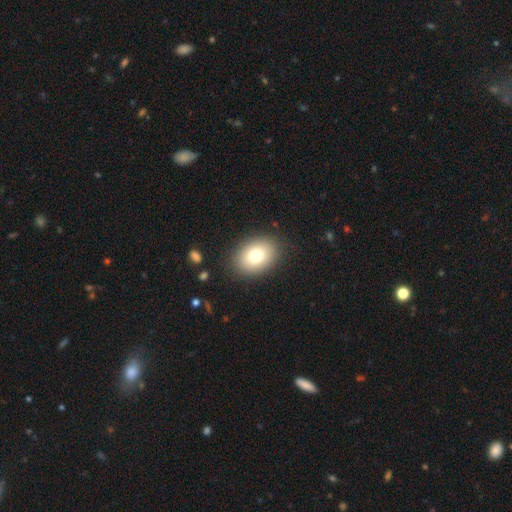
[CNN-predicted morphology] Overall: smooth (77%). How rounded: in between (74%). Merging: none (86%).